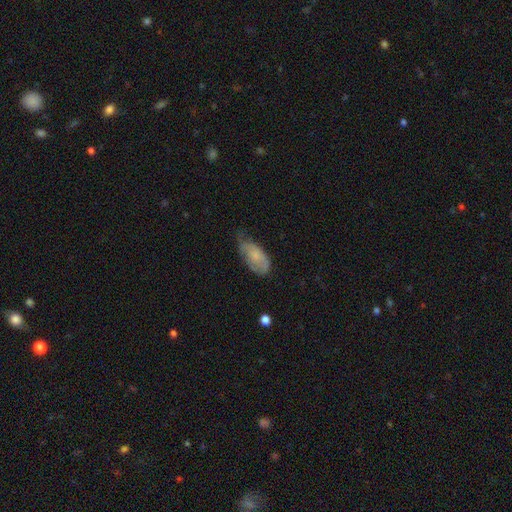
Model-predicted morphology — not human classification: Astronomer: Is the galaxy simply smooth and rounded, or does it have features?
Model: smooth — 64%.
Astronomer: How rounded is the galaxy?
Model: in between — 91%.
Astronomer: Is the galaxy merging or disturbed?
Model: minor disturbance — 43% (runner-up: none, 36%).